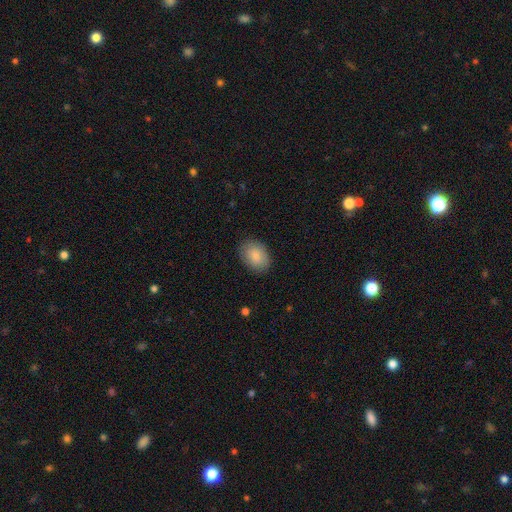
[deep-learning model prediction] This appears to be a smooth galaxy with no disk features (86%) that is in between round and cigar-shaped (80%). Merging: none (84%).